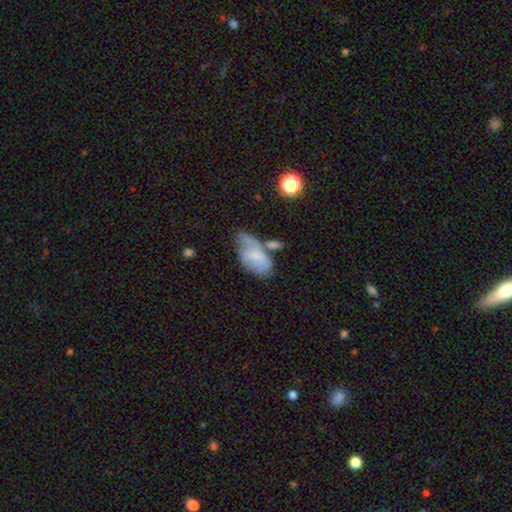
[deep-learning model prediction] smooth-or-featured: smooth: 58% | featured or disk: 34% | star or artifact: 8%
  how-rounded: in between: 92% | round: 4% | cigar-shaped: 3%
  merging: none: 31% | minor disturbance: 29% | merger: 21% | major disturbance: 19%